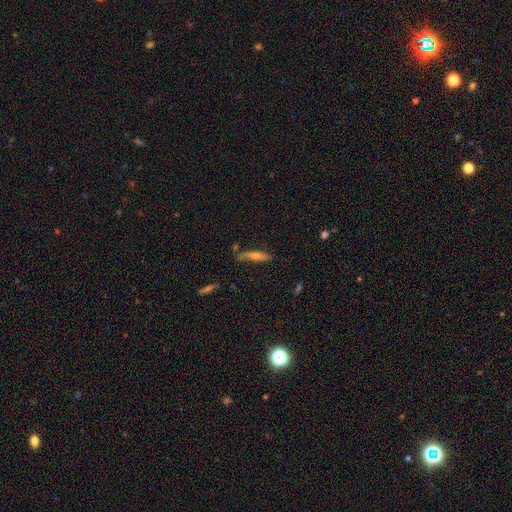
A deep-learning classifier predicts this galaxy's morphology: smooth_or_featured: smooth (p=0.45) [alt: featured or disk p=0.43]
merging: none (p=0.71) [alt: minor disturbance p=0.18]